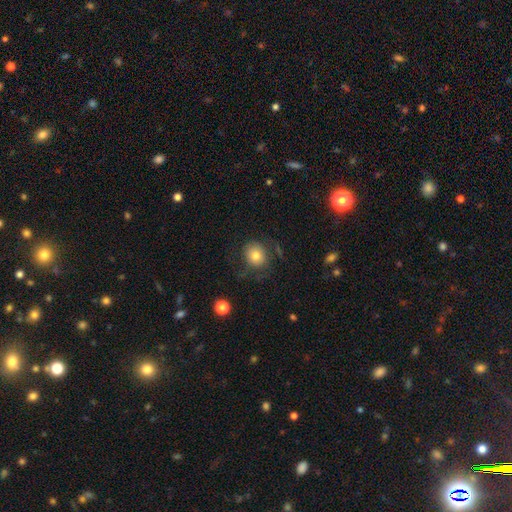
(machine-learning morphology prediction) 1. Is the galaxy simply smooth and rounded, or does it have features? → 75% smooth, 15% featured or disk, 10% star or artifact.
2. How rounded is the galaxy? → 80% round, 19% in between, 1% cigar-shaped.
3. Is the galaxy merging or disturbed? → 65% none, 19% minor disturbance, 14% major disturbance, 3% merger.